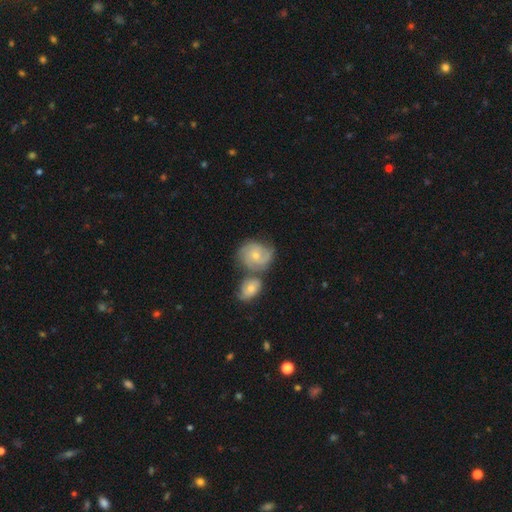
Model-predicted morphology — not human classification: smooth-or-featured: featured or disk: 64% | smooth: 29% | star or artifact: 7%
  disk-edge-on: no: 97% | yes: 3%
    bar: no: 73% | weak: 24% | strong: 4%
    has-spiral-arms: yes: 90% | no: 10%
      spiral-winding: tight: 49% | medium: 39% | loose: 12%
      spiral-arm-count: 2: 33% | 3: 28% | can't tell: 25% | 4: 7% | 1: 4% | more than 4: 3%
    bulge-size: small: 54% | moderate: 42% | none: 2% | large: 2% | dominant: 1%
  merging: none: 43% | merger: 36% | minor disturbance: 15% | major disturbance: 6%